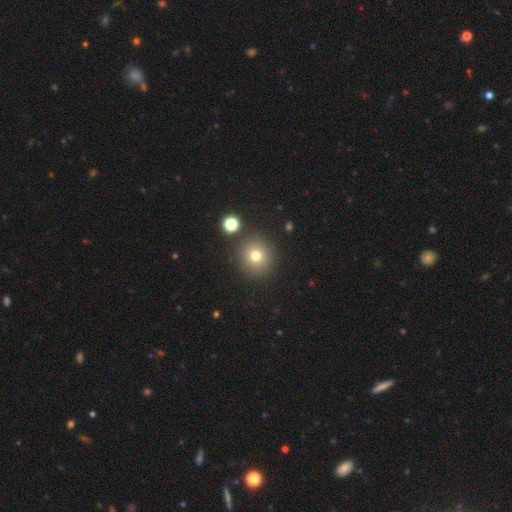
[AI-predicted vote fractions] Smooth or featured: smooth — 74% (star or artifact — 16%)
How rounded: round — 91% (in between — 8%)
Merging: none — 87% (minor disturbance — 6%)